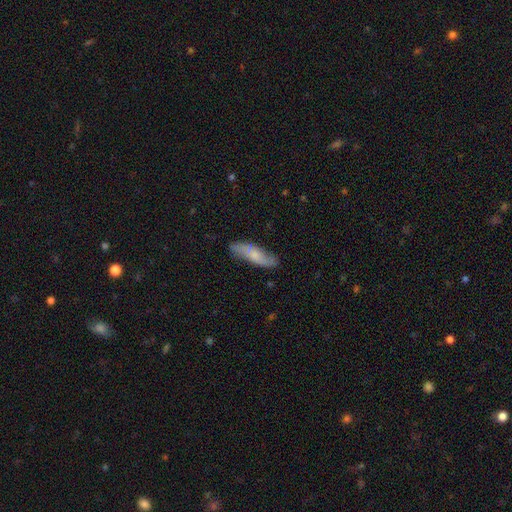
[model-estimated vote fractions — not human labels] Smooth or featured? featured or disk (47%)
Merging? none (82%)